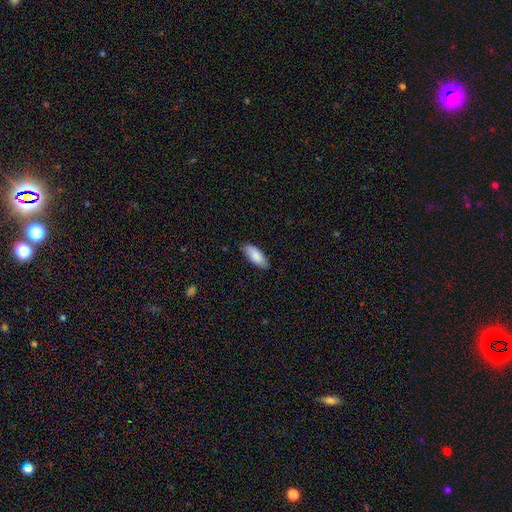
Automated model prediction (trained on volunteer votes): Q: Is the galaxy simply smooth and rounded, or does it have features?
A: smooth — 87%.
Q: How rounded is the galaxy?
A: in between — 81%.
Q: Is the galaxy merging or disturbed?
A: none — 82%.